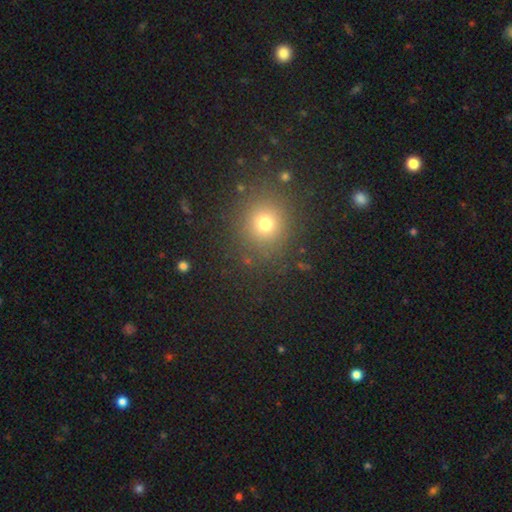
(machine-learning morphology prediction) The model was most divided on "smooth or featured": smooth: 64%, star or artifact: 29%, featured or disk: 6%. More confident: merging — none (90%); how rounded — round (88%).